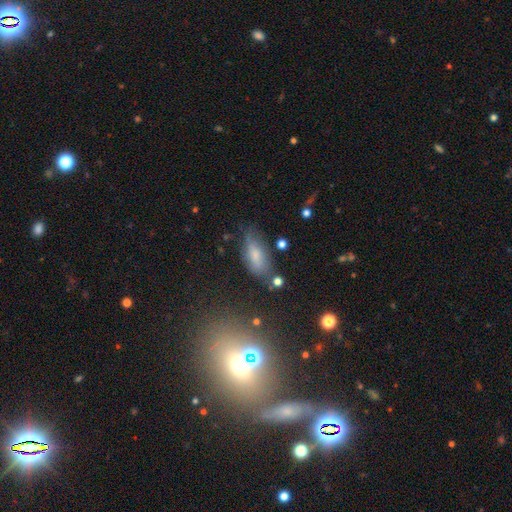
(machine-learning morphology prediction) Smooth or featured: smooth — 67% (featured or disk — 22%)
How rounded: in between — 76% (cigar-shaped — 21%)
Merging: none — 56% (minor disturbance — 29%)